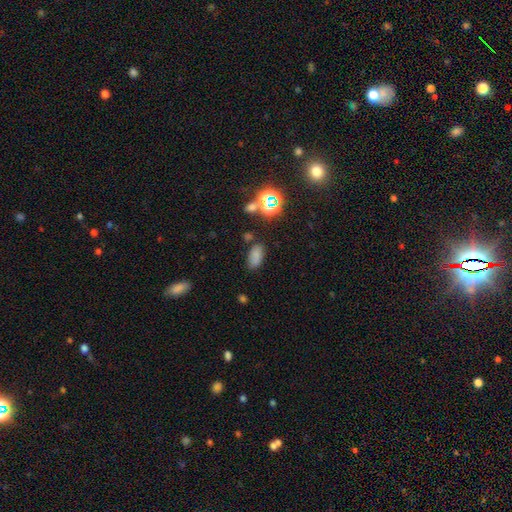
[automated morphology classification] A smooth galaxy with no disk features (73%) that is in between round and cigar-shaped (90%). Merging: none (75%).